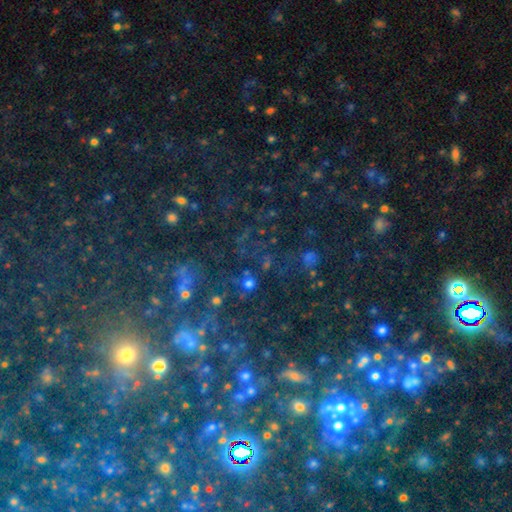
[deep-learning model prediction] Smooth or featured? Predicted: star or artifact (p=0.69).